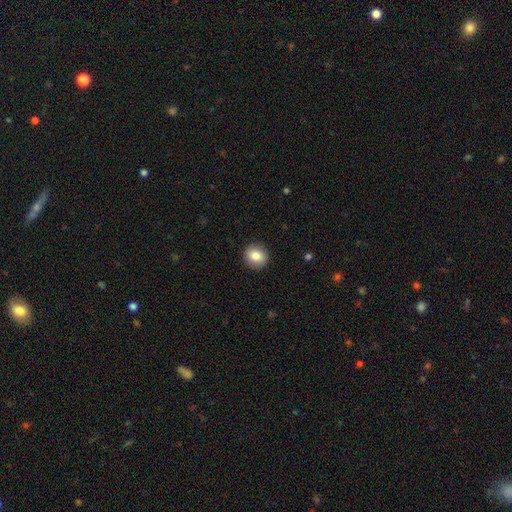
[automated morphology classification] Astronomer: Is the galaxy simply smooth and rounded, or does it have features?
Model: smooth — 83%.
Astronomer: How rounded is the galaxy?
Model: round — 87%.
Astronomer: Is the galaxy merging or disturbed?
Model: none — 91%.